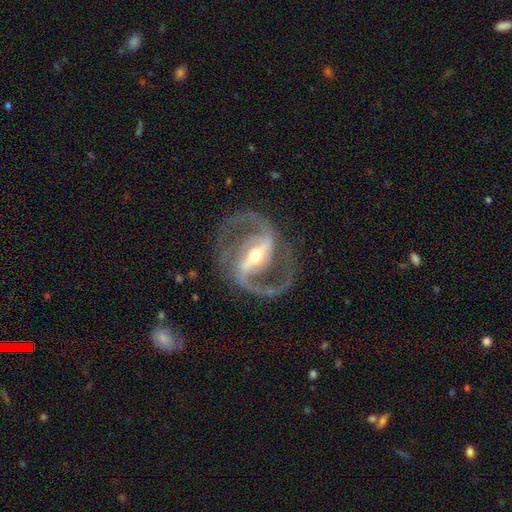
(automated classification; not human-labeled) Q: Smooth or featured?
A: featured or disk (93%); runner-up: star or artifact (4%)
Q: Edge-on disk?
A: no (97%); runner-up: yes (3%)
Q: Bar?
A: strong (67%); runner-up: weak (25%)
Q: Spiral arms?
A: yes (98%); runner-up: no (2%)
Q: Spiral winding?
A: medium (64%); runner-up: loose (18%)
Q: Spiral arm count?
A: 2 (94%); runner-up: 3 (2%)
Q: Bulge size?
A: moderate (63%); runner-up: small (30%)
Q: Merging?
A: none (81%); runner-up: minor disturbance (11%)